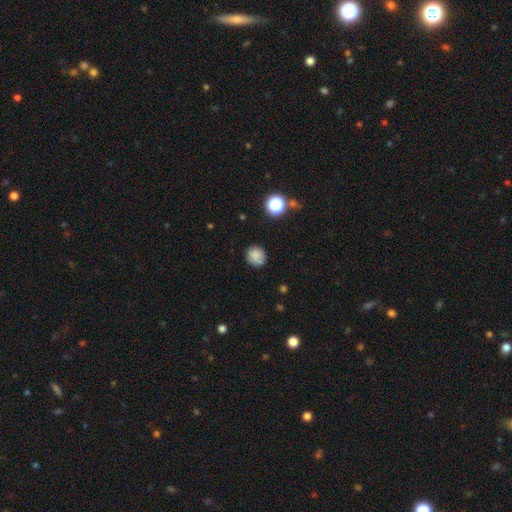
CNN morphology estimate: A smooth galaxy with no disk features (81%) that is round (85%).

Vote fractions:
- Smooth or featured? smooth: 81% / star or artifact: 12% / featured or disk: 7%
- How rounded? round: 85% / in between: 14% / cigar-shaped: 1%
- Merging? none: 78% / minor disturbance: 15% / major disturbance: 3% / merger: 3%